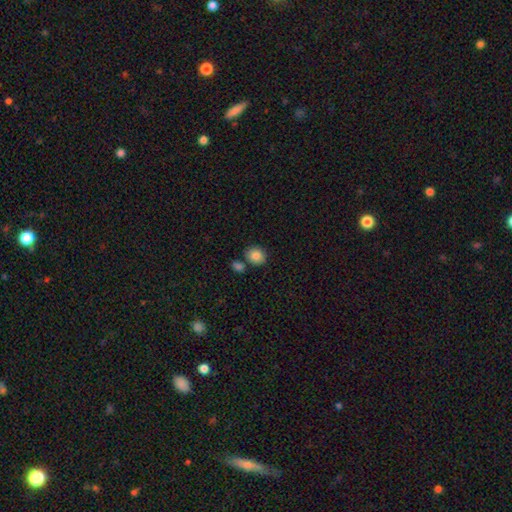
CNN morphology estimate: This appears to be a smooth galaxy with no disk features (86%) that is round (69%). Merging: none (73%).